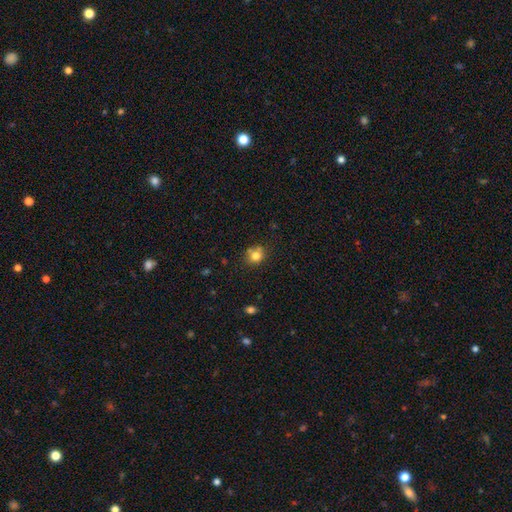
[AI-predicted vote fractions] This appears to be a smooth galaxy with no disk features (77%) that is round (74%). Merging: none (64%).